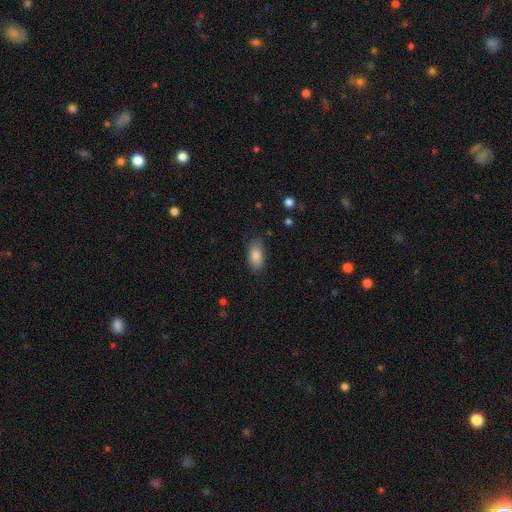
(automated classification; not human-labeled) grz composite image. It shows a smooth galaxy with no disk features (86%) that is in between round and cigar-shaped (92%). Merging: none (79%).